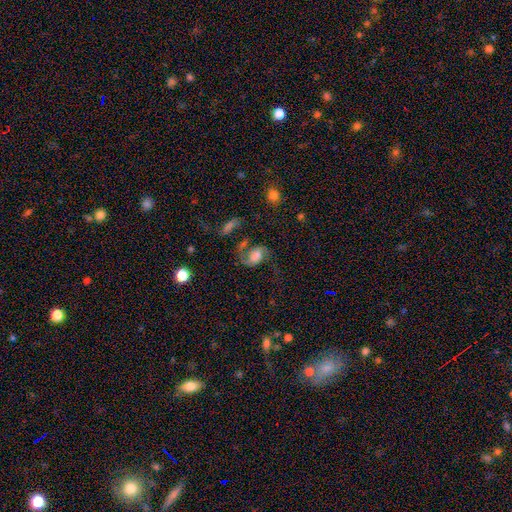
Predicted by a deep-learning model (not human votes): This is likely a featured or disk galaxy (64%). It is clearly not viewed edge-on (97%). Bar: possibly no (53%). Spiral arm pattern: clearly yes (88%). Spiral arm count: likely 2 (79%). Spiral winding: possibly loose (50%). Central bulge: marginally large (36%). Merging: marginally none (38%).